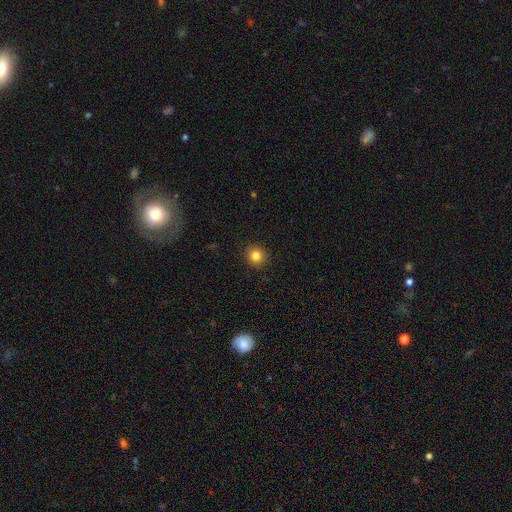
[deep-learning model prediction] A smooth galaxy with no disk features (84%) that is round (92%).

Vote fractions:
- Smooth or featured? smooth: 84% / star or artifact: 11% / featured or disk: 5%
- How rounded? round: 92% / in between: 8% / cigar-shaped: 1%
- Merging? none: 91% / minor disturbance: 6% / major disturbance: 2% / merger: 1%